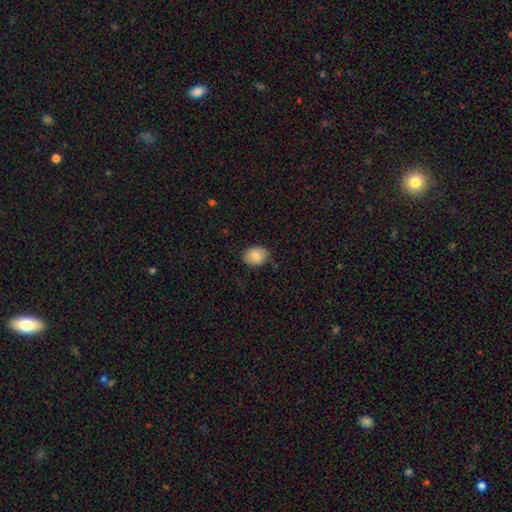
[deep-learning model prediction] smooth 86%, star or artifact 7%, featured or disk 7%. Down the decision tree: how rounded — in between (65%); merging — none (81%).